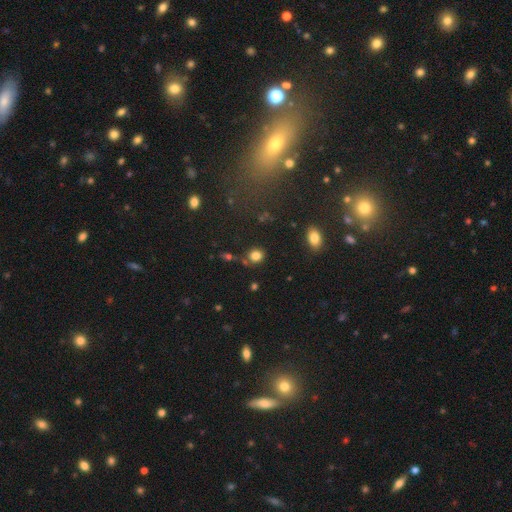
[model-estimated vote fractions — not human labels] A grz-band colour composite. It shows a smooth galaxy with no disk features (81%) that is round (79%). Merging: none (73%).